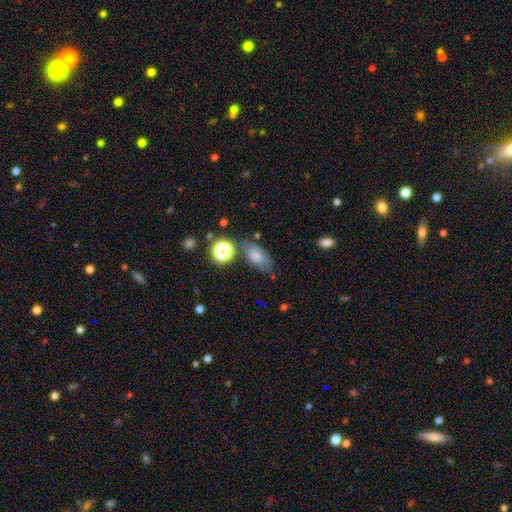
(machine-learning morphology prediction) Smooth or featured: smooth — 53% (star or artifact — 29%)
How rounded: in between — 77% (round — 17%)
Merging: none — 69% (minor disturbance — 18%)